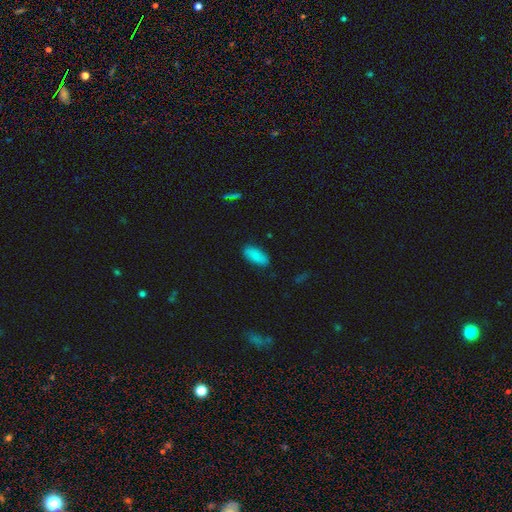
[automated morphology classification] Smooth or featured? Predicted: smooth (p=0.83). How rounded? Predicted: in between (p=0.89). Merging? Predicted: none (p=0.84).